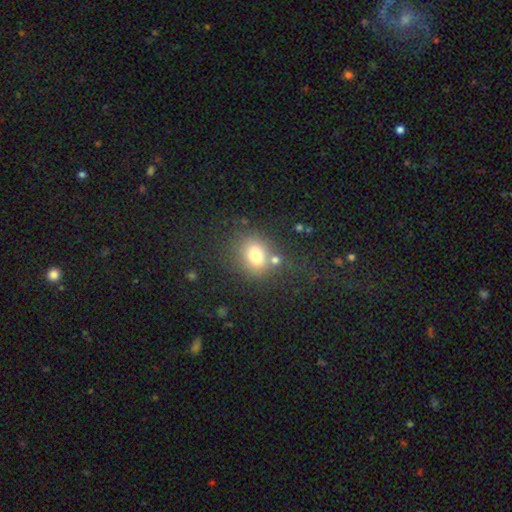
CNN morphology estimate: The model was most divided on "how rounded": round: 61%, in between: 38%, cigar-shaped: 1%. More confident: smooth or featured — smooth (75%); merging — none (63%).